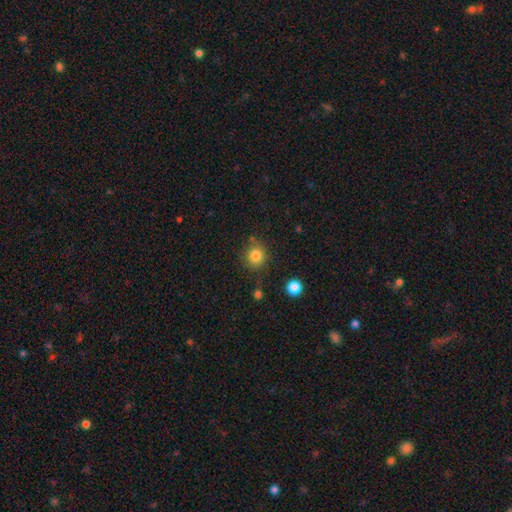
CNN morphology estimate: Smooth or featured?
  - smooth: 83% *
  - star or artifact: 11%
  - featured or disk: 6%
How rounded?
  - round: 87% *
  - in between: 12%
  - cigar-shaped: 1%
Merging?
  - none: 81% *
  - minor disturbance: 11%
  - merger: 5%
  - major disturbance: 4%